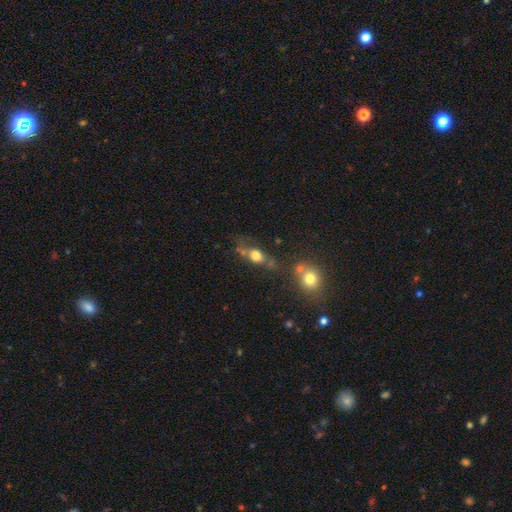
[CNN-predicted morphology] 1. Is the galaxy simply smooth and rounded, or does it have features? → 68% smooth, 19% featured or disk, 13% star or artifact.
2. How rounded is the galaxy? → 54% in between, 34% round, 11% cigar-shaped.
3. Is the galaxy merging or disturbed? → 47% none, 21% merger, 19% minor disturbance, 13% major disturbance.